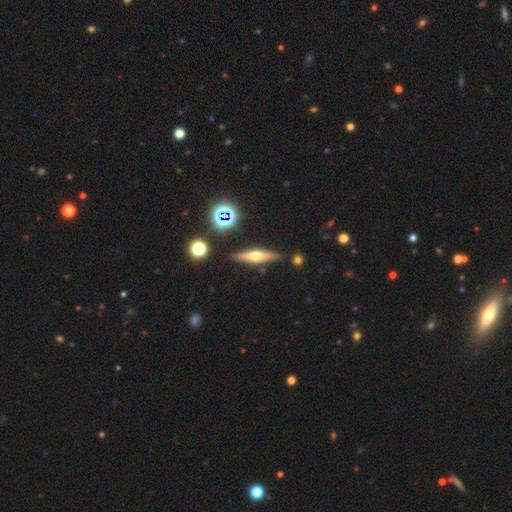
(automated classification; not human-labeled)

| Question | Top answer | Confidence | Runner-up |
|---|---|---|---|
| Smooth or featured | featured or disk | 61% | smooth (28%) |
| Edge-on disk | yes | 96% | no (4%) |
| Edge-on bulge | rounded | 90% | boxy (5%) |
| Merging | none | 87% | minor disturbance (8%) |